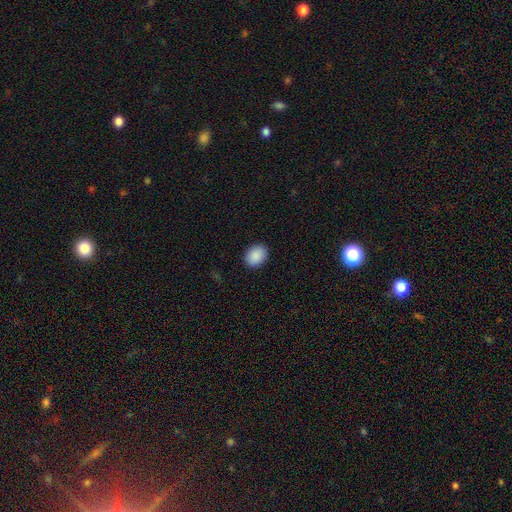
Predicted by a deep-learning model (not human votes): Smooth or featured?
  - smooth: 90% *
  - star or artifact: 7%
  - featured or disk: 3%
How rounded?
  - in between: 65% *
  - round: 34%
  - cigar-shaped: 1%
Merging?
  - none: 90% *
  - minor disturbance: 7%
  - major disturbance: 2%
  - merger: 1%